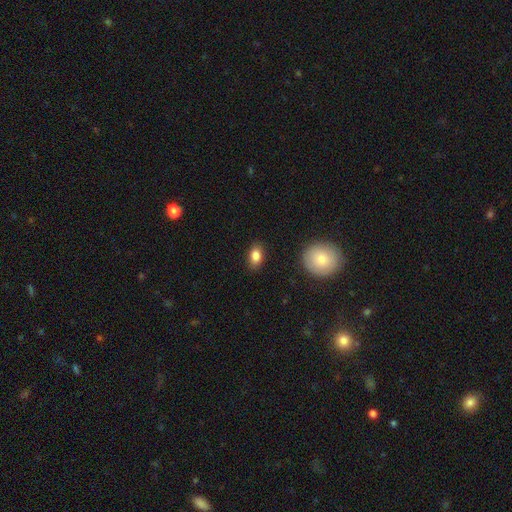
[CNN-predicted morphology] Smooth or featured? smooth (84%)
How rounded? in between (86%)
Merging? none (86%)